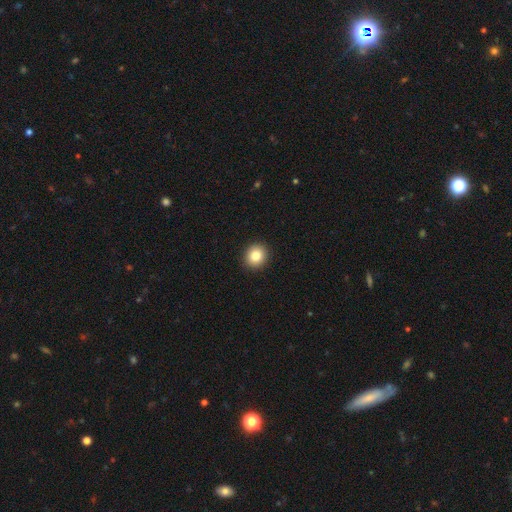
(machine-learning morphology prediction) Overall: smooth (85%). How rounded: round (86%). Merging: none (92%).